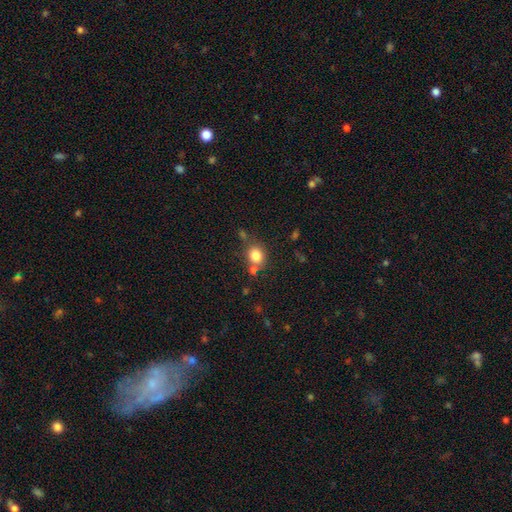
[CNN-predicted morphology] A smooth galaxy with no disk features (82%) that is round (68%).

Vote fractions:
- Smooth or featured? smooth: 82% / star or artifact: 11% / featured or disk: 7%
- How rounded? round: 68% / in between: 31% / cigar-shaped: 1%
- Merging? none: 67% / merger: 15% / minor disturbance: 13% / major disturbance: 5%